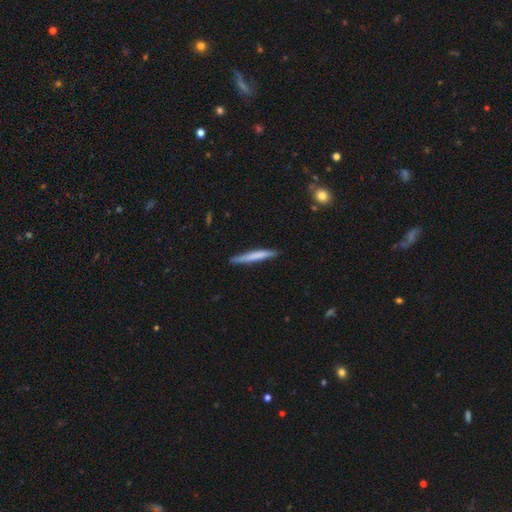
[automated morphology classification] This is likely a smooth galaxy (66%). How rounded: clearly cigar-shaped (96%). Merging: clearly none (87%).